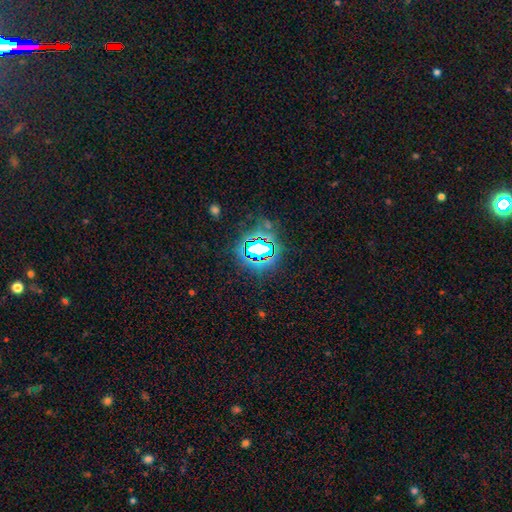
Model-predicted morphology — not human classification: Overall: star or artifact (72%).